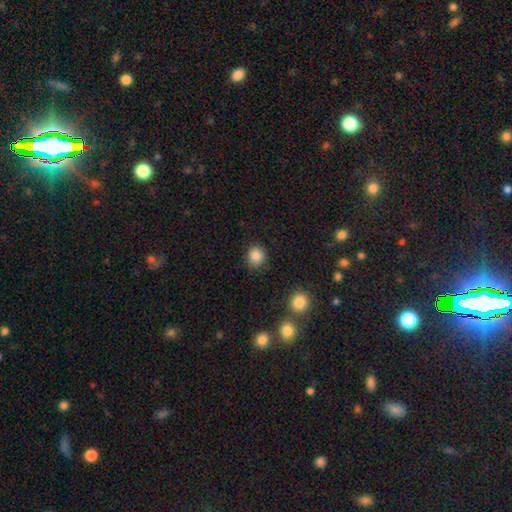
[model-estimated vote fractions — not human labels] smooth-or-featured: smooth: 86% | star or artifact: 10% | featured or disk: 4%
  how-rounded: round: 83% | in between: 16% | cigar-shaped: 1%
  merging: none: 84% | minor disturbance: 11% | major disturbance: 3% | merger: 2%